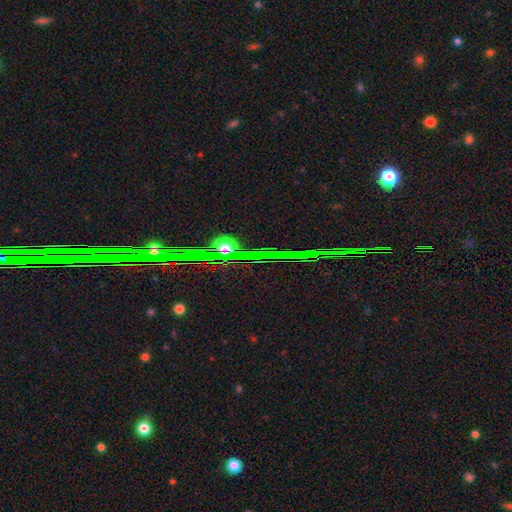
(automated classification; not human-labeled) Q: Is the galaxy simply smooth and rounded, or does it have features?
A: star or artifact — 69%.